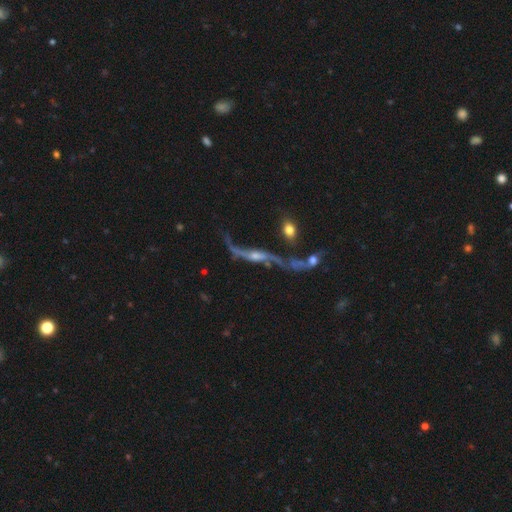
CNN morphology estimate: Overall: featured or disk (78%). Edge-on disk: no (54%; yes 46%). Merging: none (37%; merger 25%).